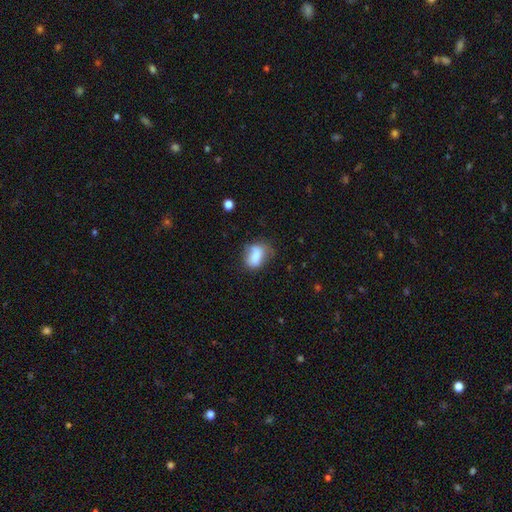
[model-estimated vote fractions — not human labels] Overall: smooth (76%). How rounded: in between (78%). Merging: none (46%; minor disturbance 33%).